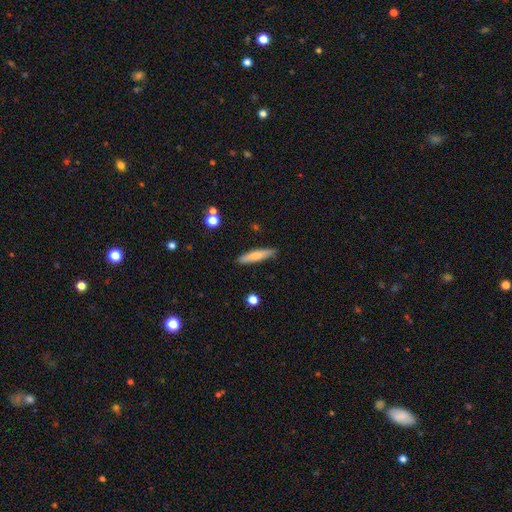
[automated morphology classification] Smooth or featured?
  - smooth: 68% *
  - featured or disk: 25%
  - star or artifact: 6%
How rounded?
  - cigar-shaped: 87% *
  - in between: 12%
  - round: 2%
Merging?
  - none: 88% *
  - minor disturbance: 9%
  - major disturbance: 2%
  - merger: 2%